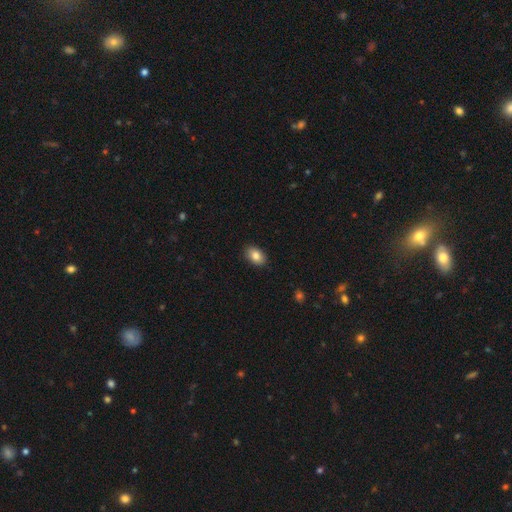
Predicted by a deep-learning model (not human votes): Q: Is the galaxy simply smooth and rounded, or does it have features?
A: smooth — 85%.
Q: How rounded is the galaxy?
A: in between — 87%.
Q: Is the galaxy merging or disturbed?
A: none — 89%.